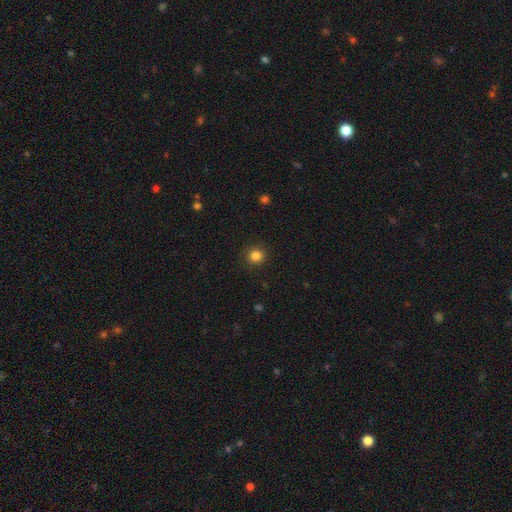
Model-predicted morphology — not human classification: Smooth or featured?
  - smooth: 84% *
  - star or artifact: 12%
  - featured or disk: 4%
How rounded?
  - round: 90% *
  - in between: 9%
  - cigar-shaped: 1%
Merging?
  - none: 89% *
  - minor disturbance: 7%
  - major disturbance: 3%
  - merger: 1%